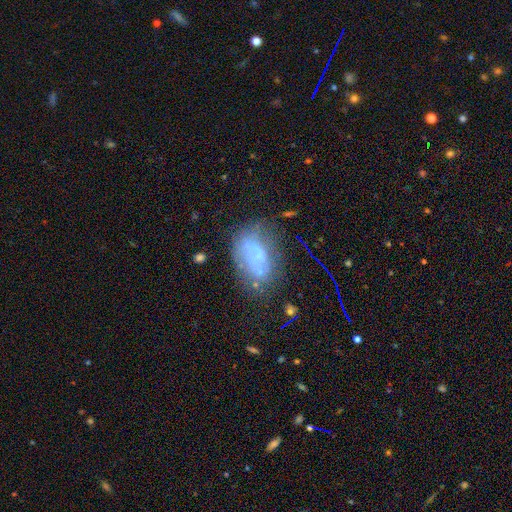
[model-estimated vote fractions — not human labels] smooth_or_featured: featured or disk (p=0.47) [alt: smooth p=0.38]
merging: none (p=0.40) [alt: minor disturbance p=0.24]